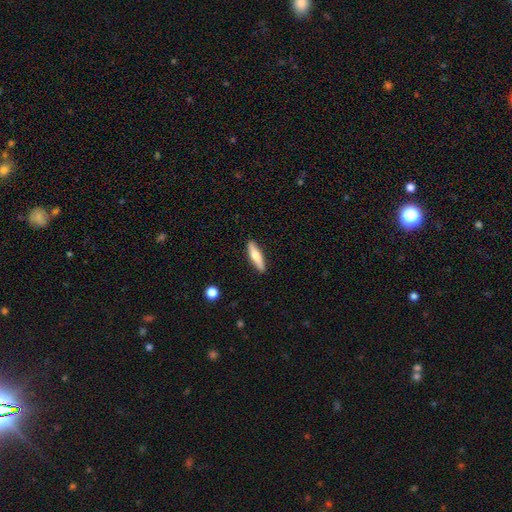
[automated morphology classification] Smooth or featured? smooth (64%)
How rounded? cigar-shaped (74%)
Merging? none (89%)